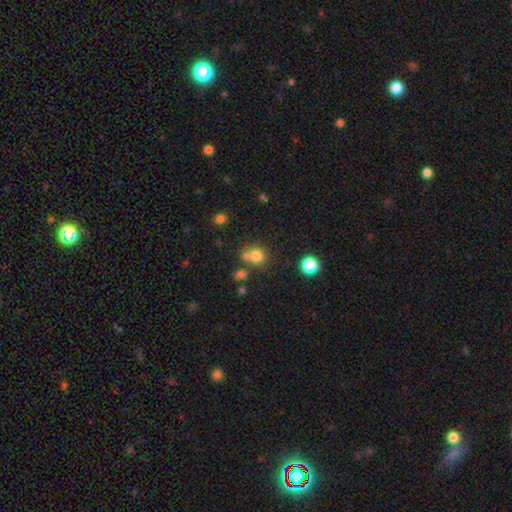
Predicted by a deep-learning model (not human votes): Smooth or featured?
  - smooth: 76% *
  - star or artifact: 15%
  - featured or disk: 9%
How rounded?
  - round: 83% *
  - in between: 16%
  - cigar-shaped: 1%
Merging?
  - none: 58% *
  - merger: 27%
  - minor disturbance: 11%
  - major disturbance: 5%